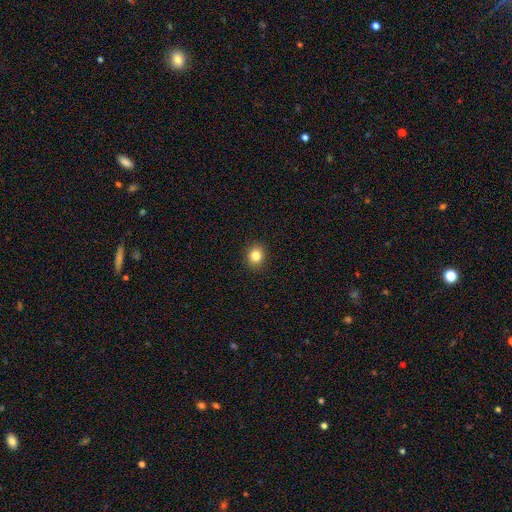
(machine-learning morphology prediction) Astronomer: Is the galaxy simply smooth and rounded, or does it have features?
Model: smooth — 84%.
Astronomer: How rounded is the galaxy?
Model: round — 74%.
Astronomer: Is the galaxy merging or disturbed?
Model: none — 91%.